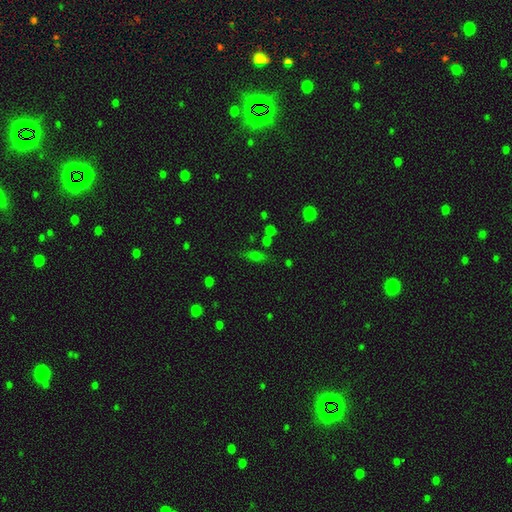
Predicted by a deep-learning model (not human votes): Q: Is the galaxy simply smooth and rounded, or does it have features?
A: smooth — 61%.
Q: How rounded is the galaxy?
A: in between — 60%.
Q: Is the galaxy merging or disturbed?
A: none — 67%.